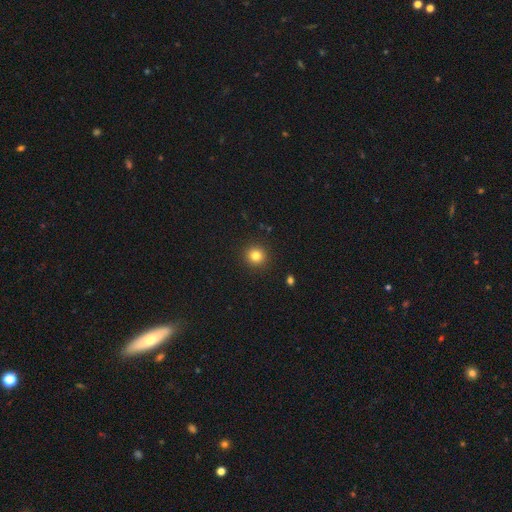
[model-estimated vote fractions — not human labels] This is clearly a smooth galaxy (82%). How rounded: clearly round (92%). Merging: clearly none (92%).